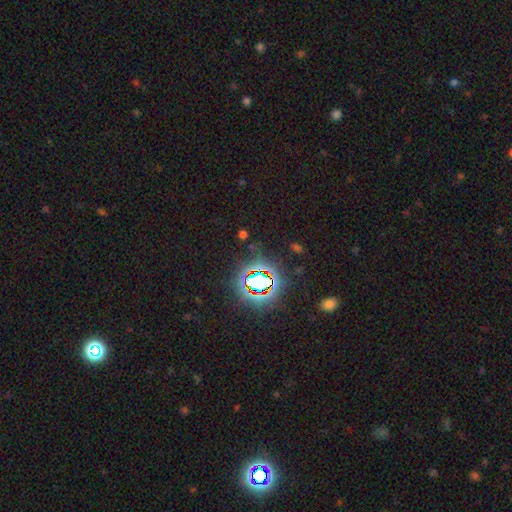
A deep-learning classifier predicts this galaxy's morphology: Smooth or featured?
  - star or artifact: 79% *
  - smooth: 13%
  - featured or disk: 9%